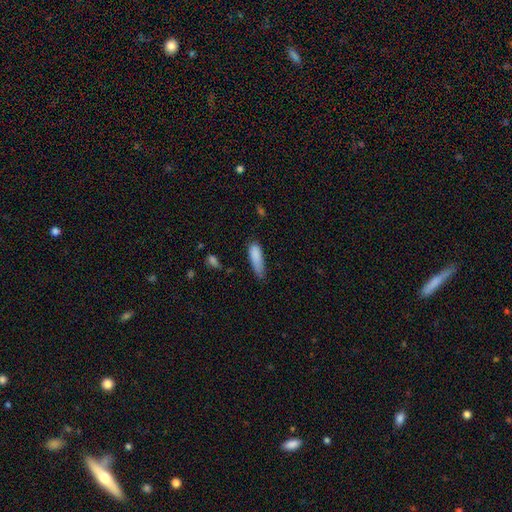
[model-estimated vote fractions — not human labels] The model was most divided on "how rounded": cigar-shaped: 50%, in between: 48%, round: 2%. Remaining: smooth or featured — smooth (85%); merging — none (48%).